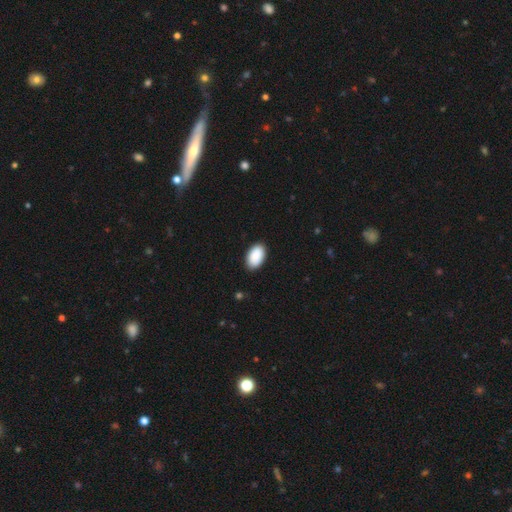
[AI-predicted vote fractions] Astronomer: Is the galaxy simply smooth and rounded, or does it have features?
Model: smooth — 91%.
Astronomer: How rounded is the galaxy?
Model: in between — 94%.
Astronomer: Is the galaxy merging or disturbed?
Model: none — 88%.